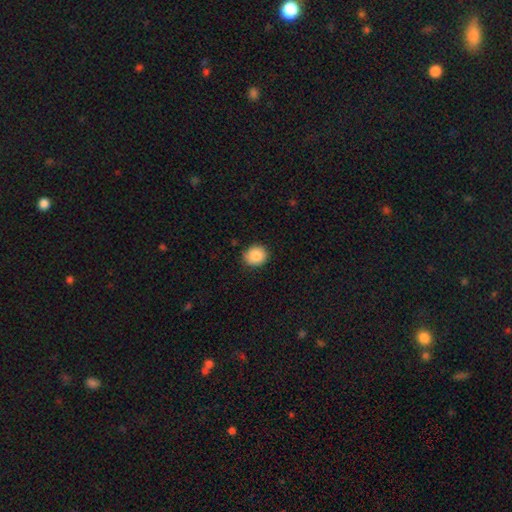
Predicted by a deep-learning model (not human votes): smooth_or_featured: smooth (p=0.87) [alt: star or artifact p=0.08]
how_rounded: round (p=0.80) [alt: in between p=0.19]
merging: none (p=0.87) [alt: minor disturbance p=0.10]